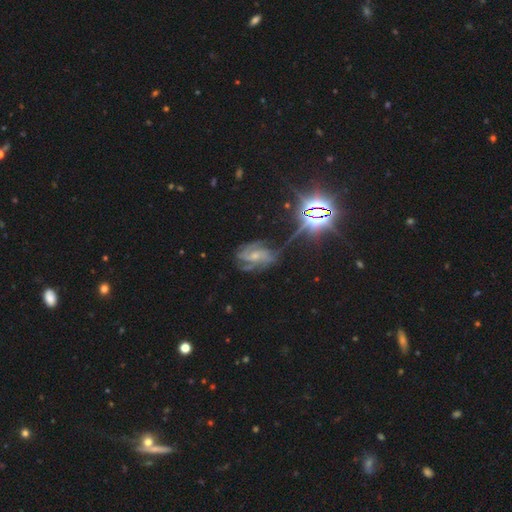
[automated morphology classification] Q: Smooth or featured?
A: featured or disk (74%); runner-up: star or artifact (17%)
Q: Edge-on disk?
A: no (96%); runner-up: yes (4%)
Q: Bar?
A: no (57%); runner-up: weak (33%)
Q: Spiral arms?
A: yes (93%); runner-up: no (7%)
Q: Spiral winding?
A: medium (47%); runner-up: tight (36%)
Q: Spiral arm count?
A: 3 (36%); runner-up: 2 (22%)
Q: Bulge size?
A: small (55%); runner-up: moderate (35%)
Q: Merging?
A: none (61%); runner-up: minor disturbance (21%)